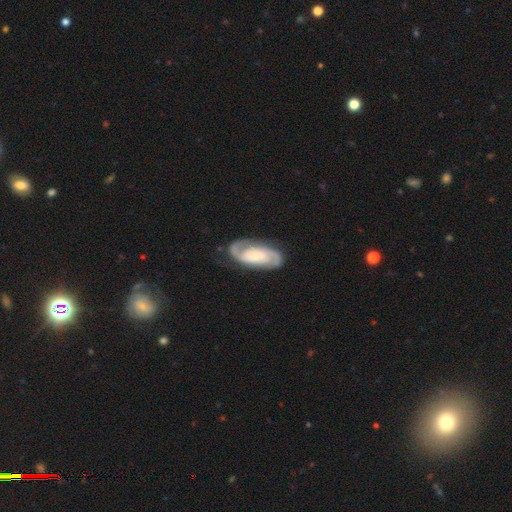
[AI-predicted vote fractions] Q: Smooth or featured?
A: featured or disk (86%); runner-up: smooth (9%)
Q: Edge-on disk?
A: no (96%); runner-up: yes (4%)
Q: Bar?
A: no (58%); runner-up: weak (31%)
Q: Spiral arms?
A: yes (97%); runner-up: no (3%)
Q: Spiral winding?
A: tight (45%); runner-up: medium (44%)
Q: Spiral arm count?
A: 2 (89%); runner-up: can't tell (4%)
Q: Bulge size?
A: small (58%); runner-up: moderate (28%)
Q: Merging?
A: none (80%); runner-up: minor disturbance (14%)